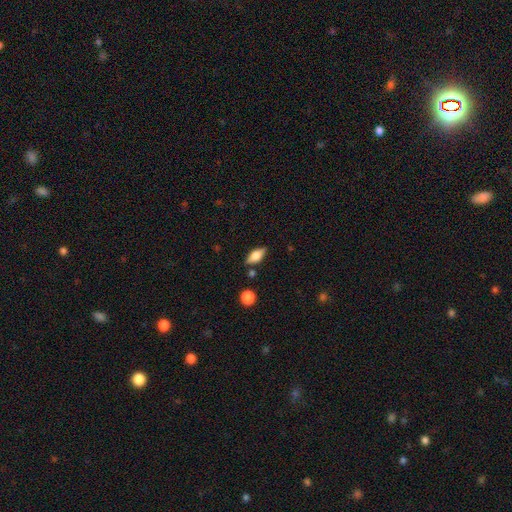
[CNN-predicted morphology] The model was most divided on "smooth or featured": smooth: 65%, featured or disk: 27%, star or artifact: 7%. More confident: merging — none (82%); how rounded — in between (79%).